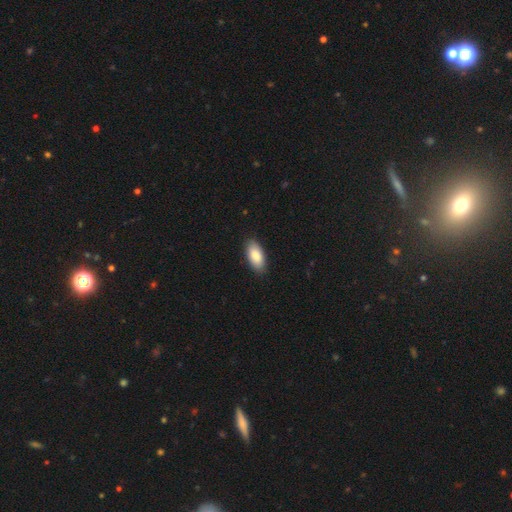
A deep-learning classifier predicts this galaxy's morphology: This is clearly a smooth galaxy (88%). How rounded: clearly in between (92%). Merging: clearly none (88%).